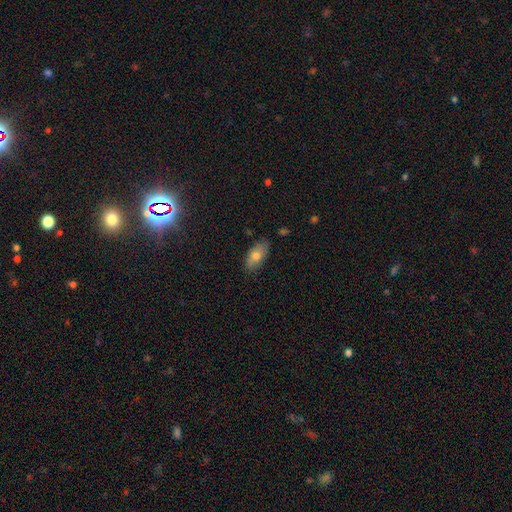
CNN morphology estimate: A smooth galaxy with no disk features (71%) that is in between round and cigar-shaped (88%). Merging: none (81%).